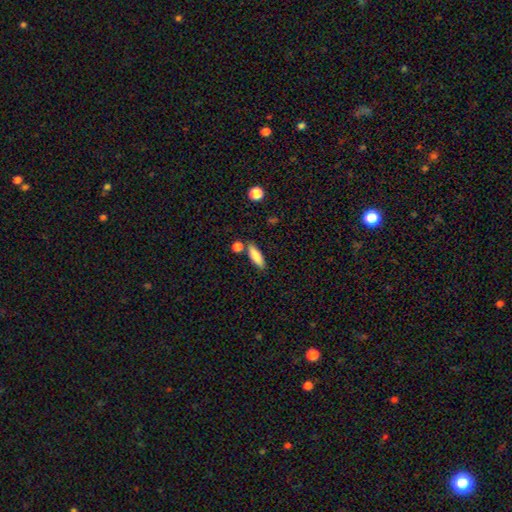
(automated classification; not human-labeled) A smooth galaxy with no disk features (82%) that is in between round and cigar-shaped (50%). Merging: none (74%).